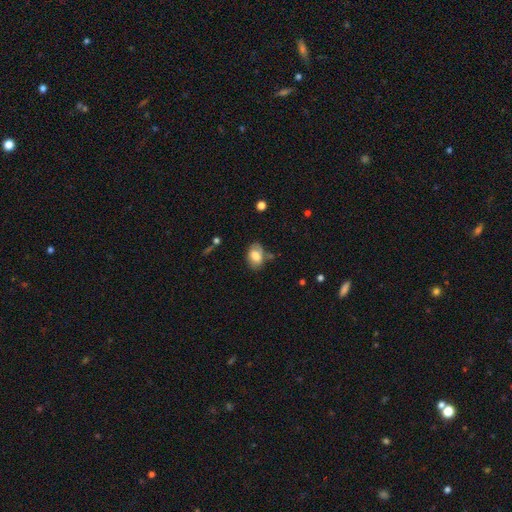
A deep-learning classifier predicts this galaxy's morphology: Smooth or featured? smooth (75%)
How rounded? in between (86%)
Merging? none (62%)